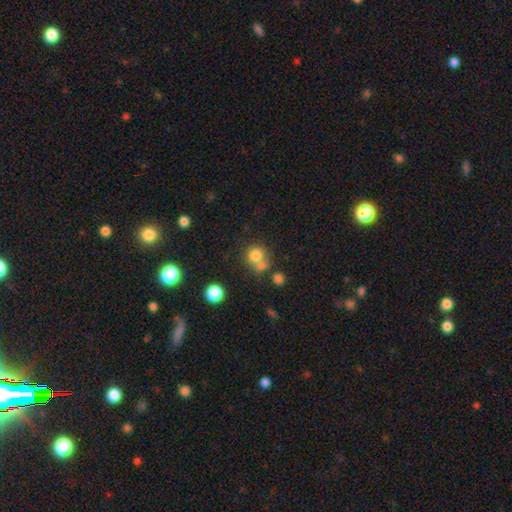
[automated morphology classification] Smooth or featured? smooth (77%)
How rounded? round (86%)
Merging? none (50%)